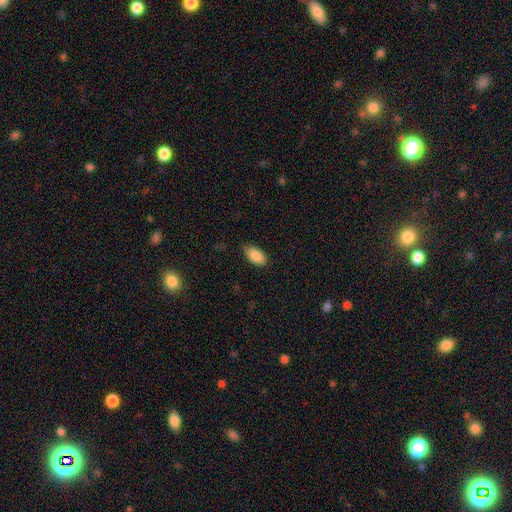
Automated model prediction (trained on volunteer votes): Q: Smooth or featured?
A: smooth (87%); runner-up: star or artifact (7%)
Q: How rounded?
A: in between (94%); runner-up: round (4%)
Q: Merging?
A: none (79%); runner-up: minor disturbance (17%)